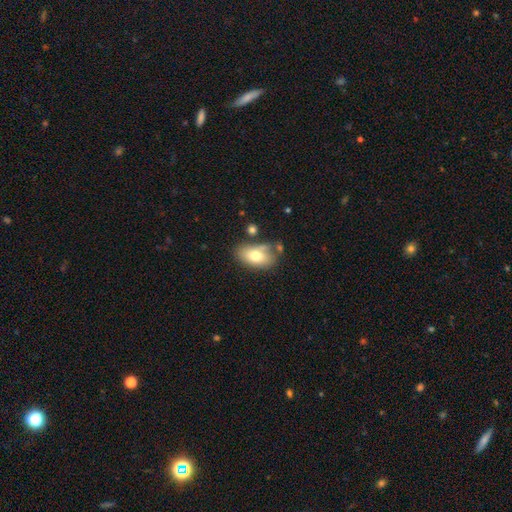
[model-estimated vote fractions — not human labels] Morphology: type=smooth (71%); roundness=in between (90%); merging=none (57%).